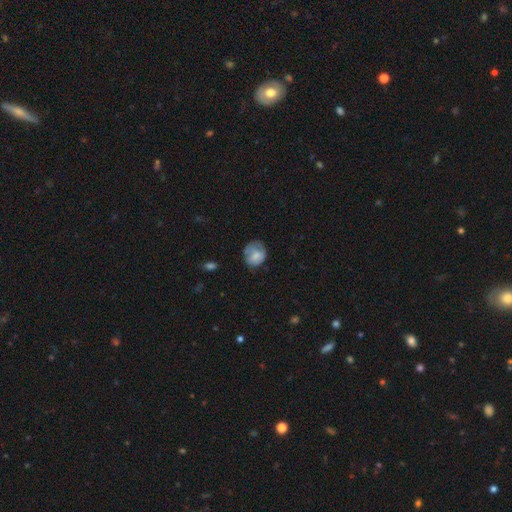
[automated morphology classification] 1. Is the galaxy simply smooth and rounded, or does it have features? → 69% smooth, 22% featured or disk, 8% star or artifact.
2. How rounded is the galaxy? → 64% round, 35% in between, 1% cigar-shaped.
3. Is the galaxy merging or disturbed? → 54% none, 30% minor disturbance, 14% major disturbance, 2% merger.